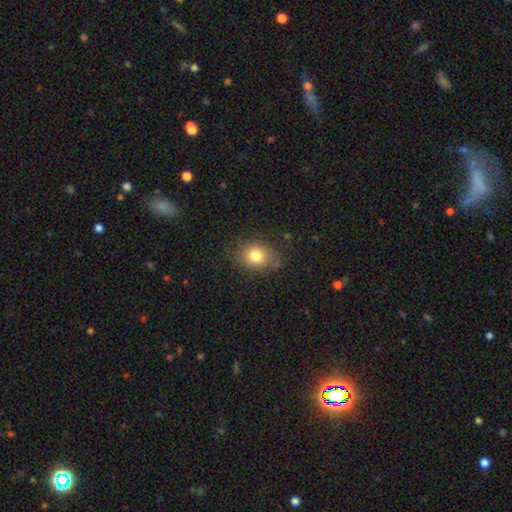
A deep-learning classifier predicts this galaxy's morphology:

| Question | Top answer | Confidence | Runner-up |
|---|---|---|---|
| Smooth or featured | smooth | 80% | star or artifact (11%) |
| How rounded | round | 64% | in between (35%) |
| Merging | none | 76% | minor disturbance (16%) |